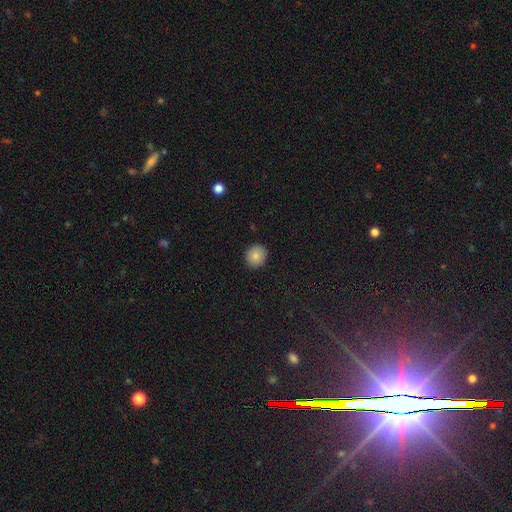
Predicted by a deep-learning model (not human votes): Overall: smooth (84%). How rounded: round (83%). Merging: none (91%).